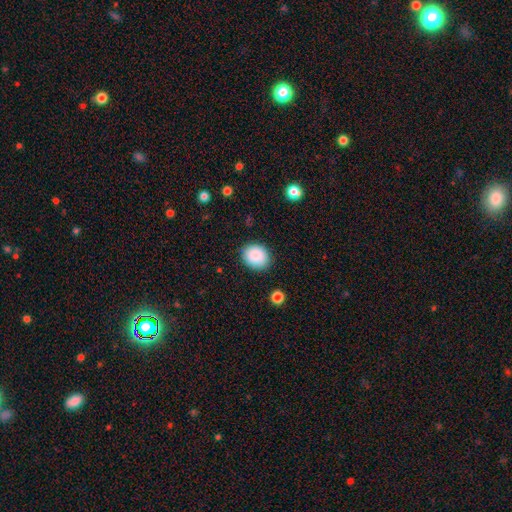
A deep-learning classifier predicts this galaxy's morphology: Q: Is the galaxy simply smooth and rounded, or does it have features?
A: smooth — 88%.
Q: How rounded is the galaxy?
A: round — 66%.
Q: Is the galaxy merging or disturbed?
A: none — 87%.